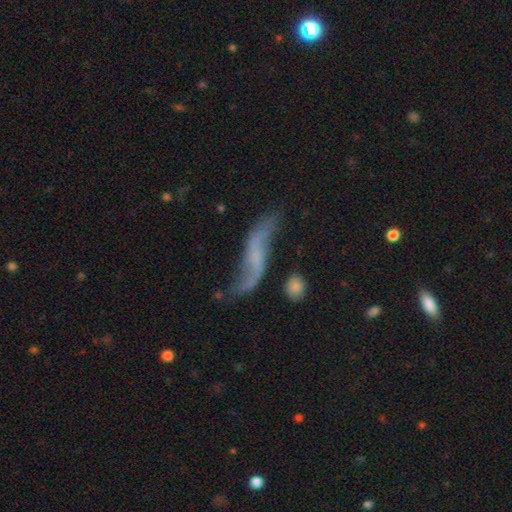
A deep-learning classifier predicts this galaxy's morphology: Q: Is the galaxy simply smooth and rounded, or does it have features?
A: featured or disk — 75%.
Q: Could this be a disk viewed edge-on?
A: no — 84%.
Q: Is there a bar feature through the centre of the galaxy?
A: no — 48%.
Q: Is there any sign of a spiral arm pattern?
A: yes — 88%.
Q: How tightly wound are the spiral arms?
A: loose — 90%.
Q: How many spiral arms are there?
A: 2 — 90%.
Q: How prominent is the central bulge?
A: none — 53%.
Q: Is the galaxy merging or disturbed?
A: none — 57%.